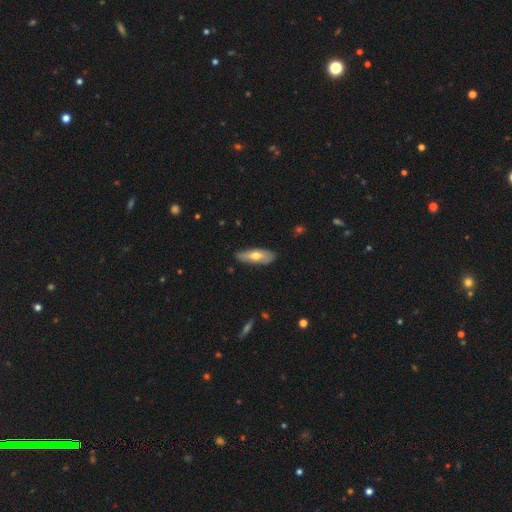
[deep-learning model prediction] Smooth or featured? Predicted: smooth (p=0.59). How rounded? Predicted: in between (p=0.65). Merging? Predicted: none (p=0.79).